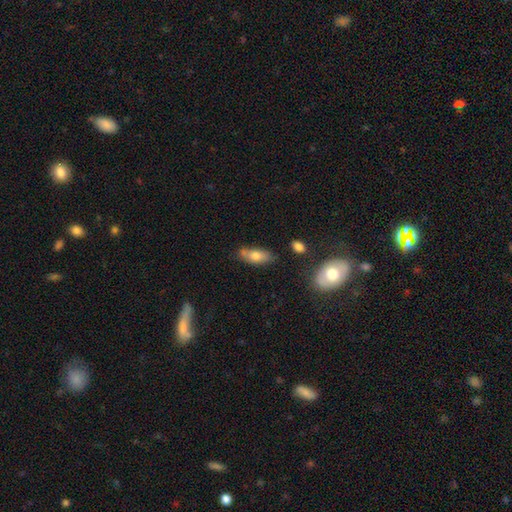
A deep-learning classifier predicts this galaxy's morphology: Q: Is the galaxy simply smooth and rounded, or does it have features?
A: smooth — 70%.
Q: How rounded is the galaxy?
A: in between — 75%.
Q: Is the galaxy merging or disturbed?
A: none — 64%.